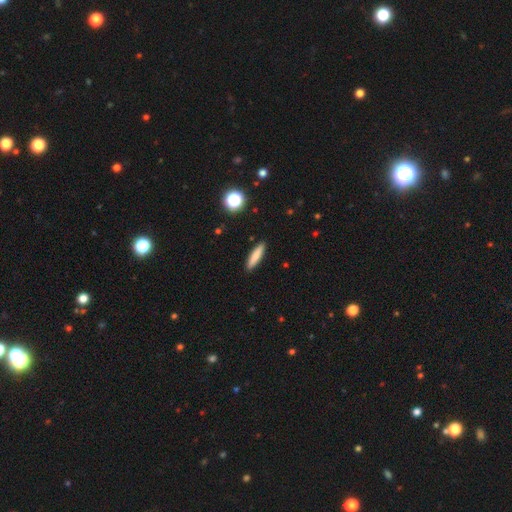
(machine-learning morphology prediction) A smooth galaxy with no disk features (81%) that is cigar-shaped (81%).

Vote fractions:
- Smooth or featured? smooth: 81% / featured or disk: 12% / star or artifact: 8%
- How rounded? cigar-shaped: 81% / in between: 17% / round: 2%
- Merging? none: 90% / minor disturbance: 7% / major disturbance: 2% / merger: 1%